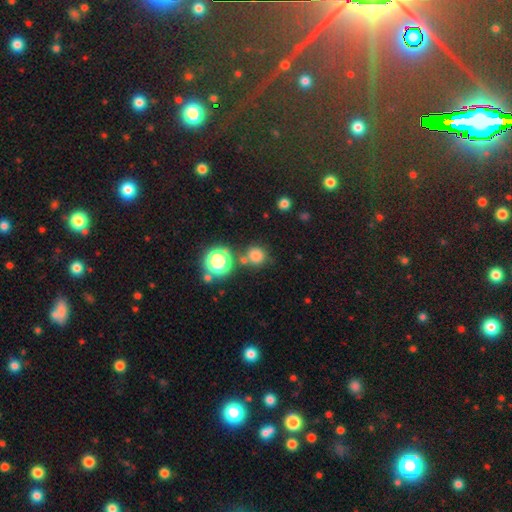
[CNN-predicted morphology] Smooth or featured? Predicted: smooth (p=0.75). How rounded? Predicted: round (p=0.91). Merging? Predicted: none (p=0.72).